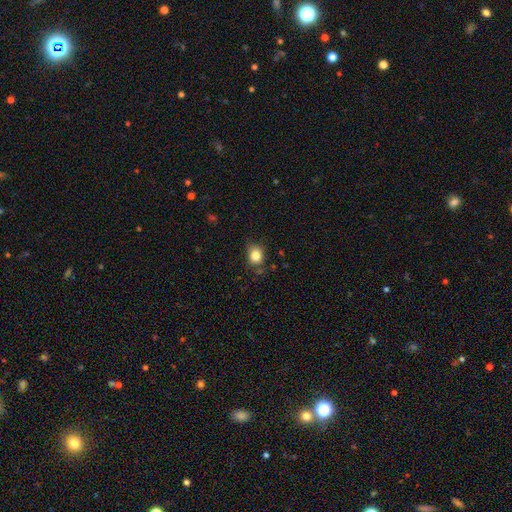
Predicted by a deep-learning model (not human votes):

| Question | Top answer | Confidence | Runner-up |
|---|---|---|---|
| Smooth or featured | smooth | 83% | star or artifact (11%) |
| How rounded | round | 62% | in between (37%) |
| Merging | none | 74% | minor disturbance (20%) |